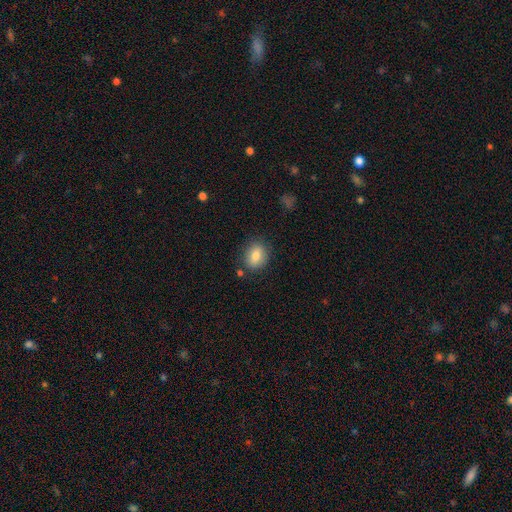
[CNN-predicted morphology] Smooth or featured: smooth — 81% (featured or disk — 10%)
How rounded: in between — 54% (round — 45%)
Merging: none — 82% (minor disturbance — 12%)